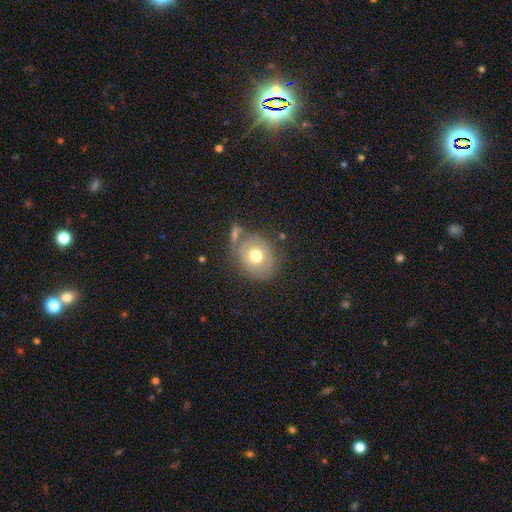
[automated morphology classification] This appears to be a smooth galaxy with no disk features (56%) that is round (63%). Merging: none (64%).